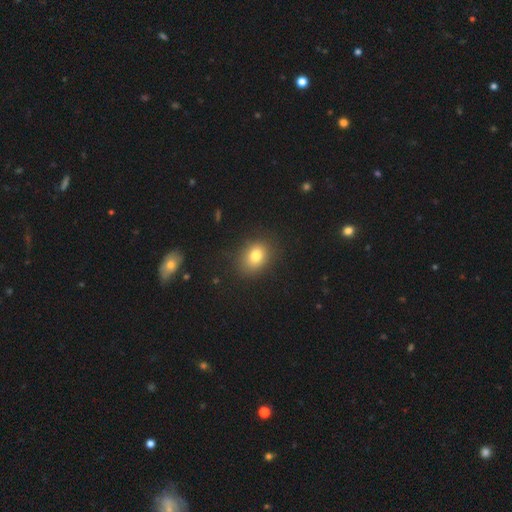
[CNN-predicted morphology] Smooth or featured? smooth (78%)
How rounded? in between (57%)
Merging? none (83%)